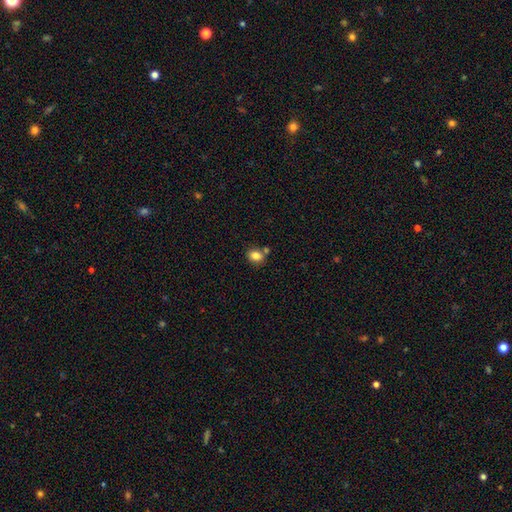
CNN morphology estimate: Smooth or featured? smooth (83%)
How rounded? in between (57%)
Merging? none (67%)